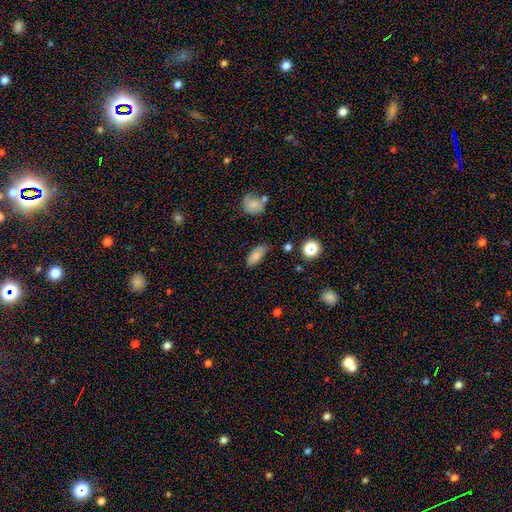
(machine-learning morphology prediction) Overall: smooth (81%). How rounded: in between (85%). Merging: none (65%; minor disturbance 26%).